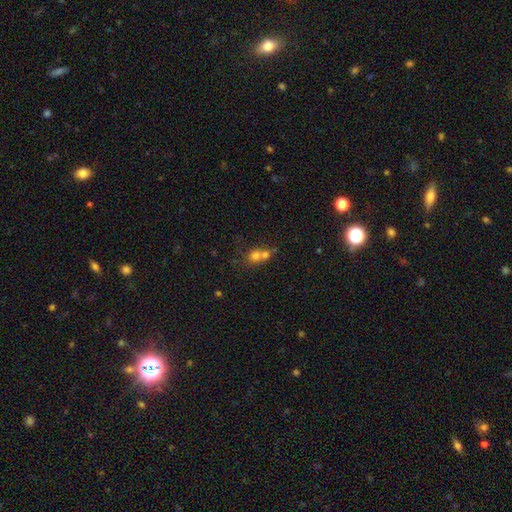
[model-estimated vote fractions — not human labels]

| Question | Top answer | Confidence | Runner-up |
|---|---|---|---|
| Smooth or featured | smooth | 69% | featured or disk (17%) |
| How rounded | round | 77% | in between (21%) |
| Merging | merger | 63% | none (28%) |